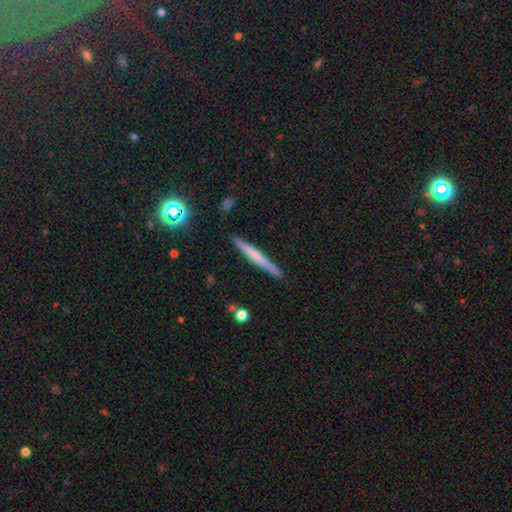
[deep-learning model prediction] smooth_or_featured: smooth (p=0.53) [alt: featured or disk p=0.40]
how_rounded: cigar-shaped (p=0.96) [alt: in between p=0.02]
merging: none (p=0.90) [alt: minor disturbance p=0.07]